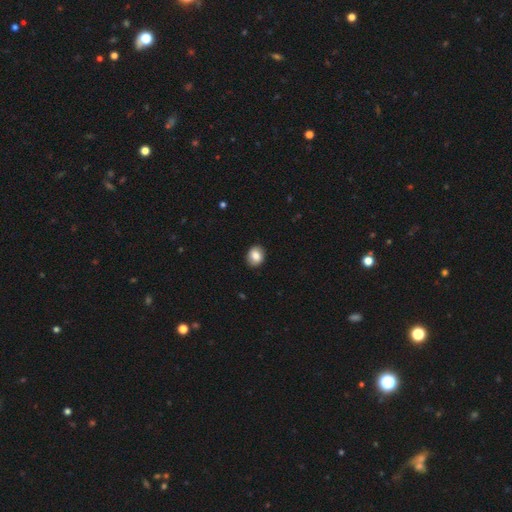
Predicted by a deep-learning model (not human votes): smooth 81%, featured or disk 11%, star or artifact 8%. Down the decision tree: how rounded — round (54%); merging — none (88%).